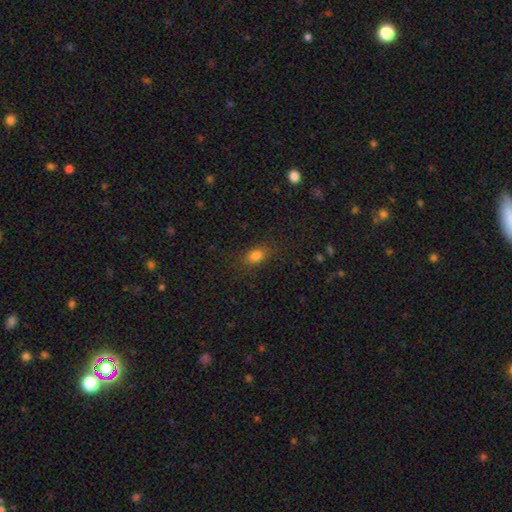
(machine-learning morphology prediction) Smooth or featured? Predicted: smooth (p=0.81). How rounded? Predicted: in between (p=0.77). Merging? Predicted: none (p=0.82).